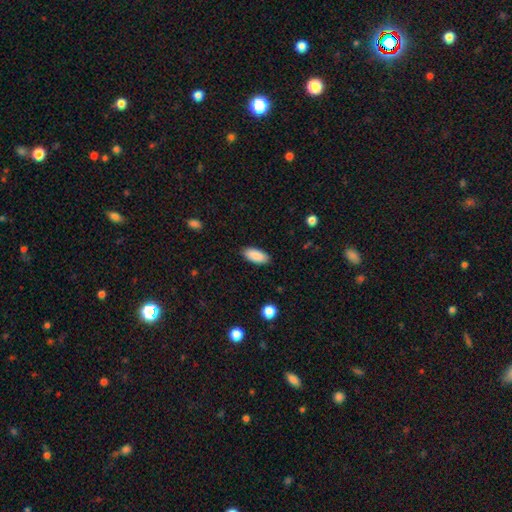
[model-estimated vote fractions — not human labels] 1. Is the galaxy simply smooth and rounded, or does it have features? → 89% smooth, 6% star or artifact, 4% featured or disk.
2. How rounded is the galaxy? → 87% in between, 11% cigar-shaped, 2% round.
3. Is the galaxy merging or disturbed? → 89% none, 8% minor disturbance, 2% major disturbance, 1% merger.